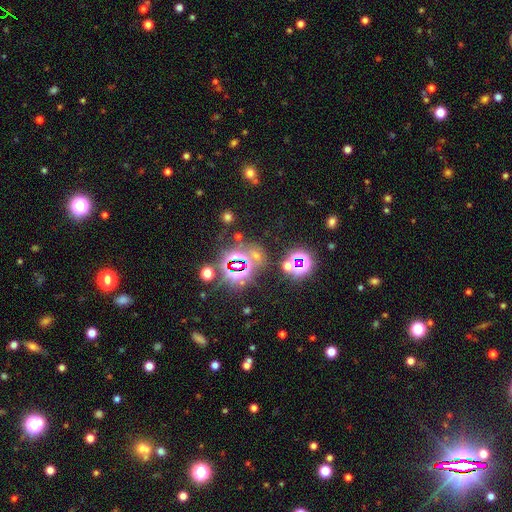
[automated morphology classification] This is likely a star or artifact rather than a galaxy (74%).